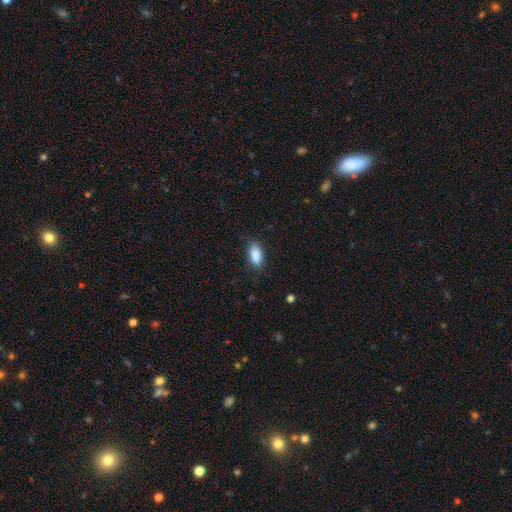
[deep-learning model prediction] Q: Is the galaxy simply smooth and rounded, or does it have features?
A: smooth — 88%.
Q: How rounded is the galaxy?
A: in between — 87%.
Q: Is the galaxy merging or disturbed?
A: none — 79%.